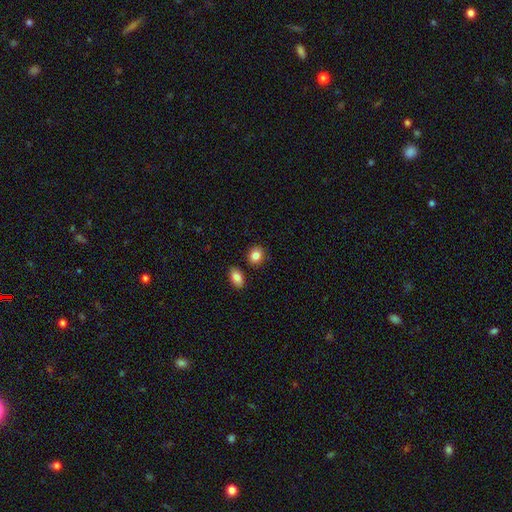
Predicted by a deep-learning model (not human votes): smooth 85%, star or artifact 9%, featured or disk 6%. Down the decision tree: how rounded — round (56%); merging — none (82%).